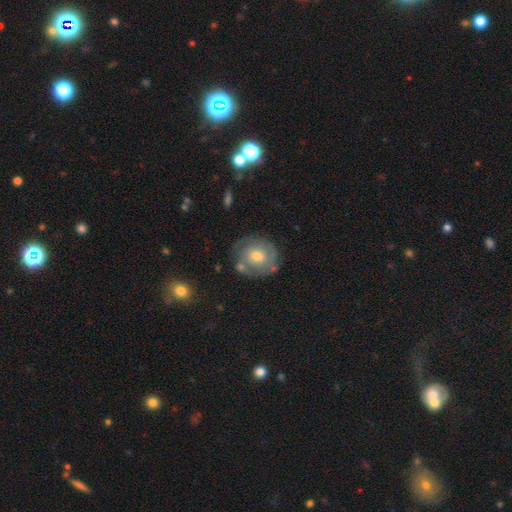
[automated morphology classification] type=featured or disk (46%); merging=none (69%).